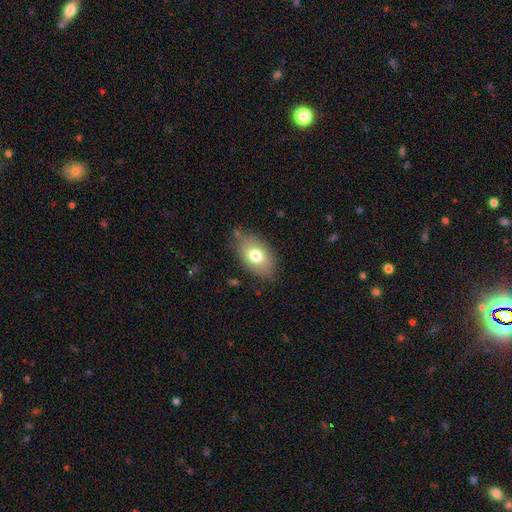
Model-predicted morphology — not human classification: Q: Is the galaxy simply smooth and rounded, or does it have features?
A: smooth — 73%.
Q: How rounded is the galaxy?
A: in between — 90%.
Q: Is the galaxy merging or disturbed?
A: none — 76%.